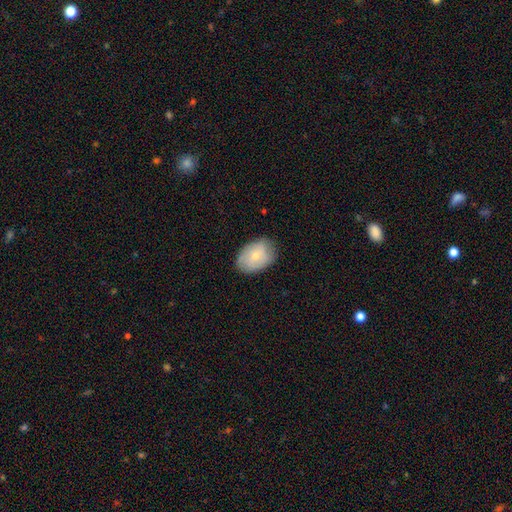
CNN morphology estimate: Smooth or featured: smooth — 67% (featured or disk — 26%)
How rounded: in between — 83% (round — 16%)
Merging: none — 77% (minor disturbance — 18%)